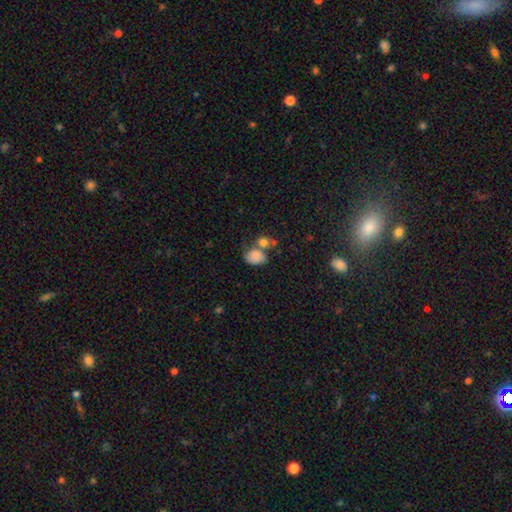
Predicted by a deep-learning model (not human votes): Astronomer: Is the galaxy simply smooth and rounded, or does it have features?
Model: smooth — 80%.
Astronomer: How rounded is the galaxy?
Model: in between — 65%.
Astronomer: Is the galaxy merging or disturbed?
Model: merger — 39% (runner-up: none, 37%).